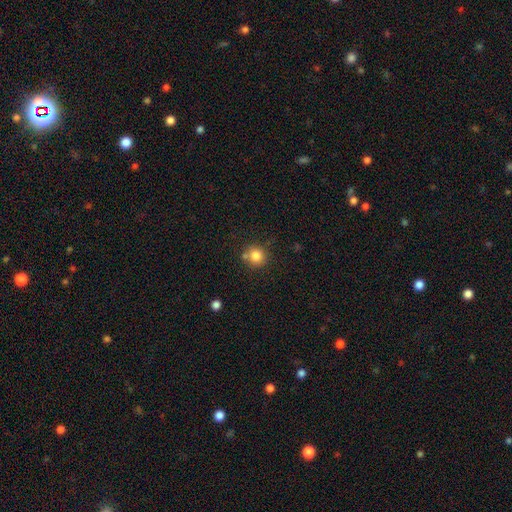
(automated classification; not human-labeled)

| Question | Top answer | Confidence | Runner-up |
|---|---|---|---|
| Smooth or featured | smooth | 82% | star or artifact (11%) |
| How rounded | round | 91% | in between (8%) |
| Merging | none | 70% | merger (14%) |